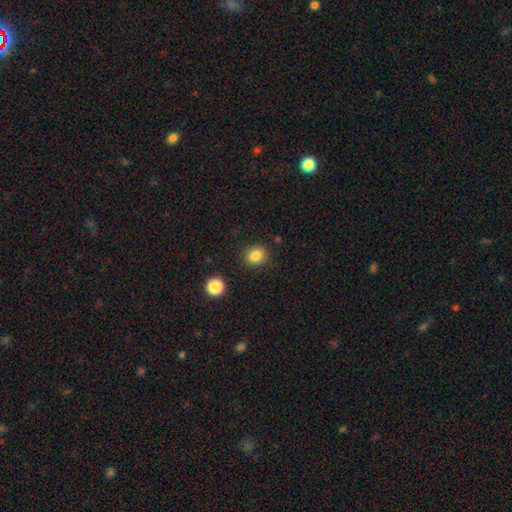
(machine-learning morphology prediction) Overall: smooth (84%). How rounded: round (76%). Merging: none (87%).